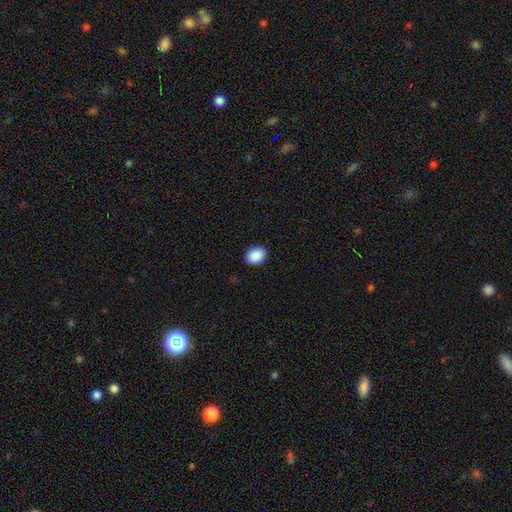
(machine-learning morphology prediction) Smooth or featured: smooth — 91% (star or artifact — 7%)
How rounded: in between — 67% (round — 32%)
Merging: none — 90% (minor disturbance — 7%)